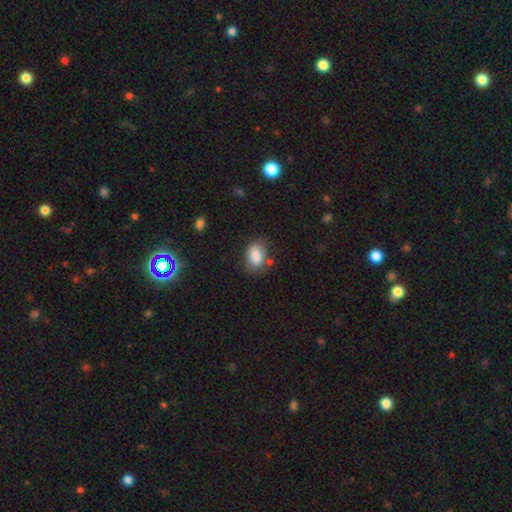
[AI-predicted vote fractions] smooth 85%, star or artifact 8%, featured or disk 7%. Down the decision tree: how rounded — in between (84%); merging — none (71%).